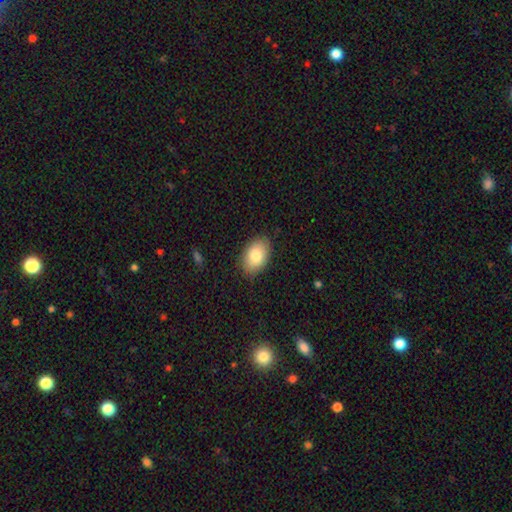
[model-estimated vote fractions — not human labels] This is clearly a smooth galaxy (83%). How rounded: clearly in between (91%). Merging: clearly none (85%).